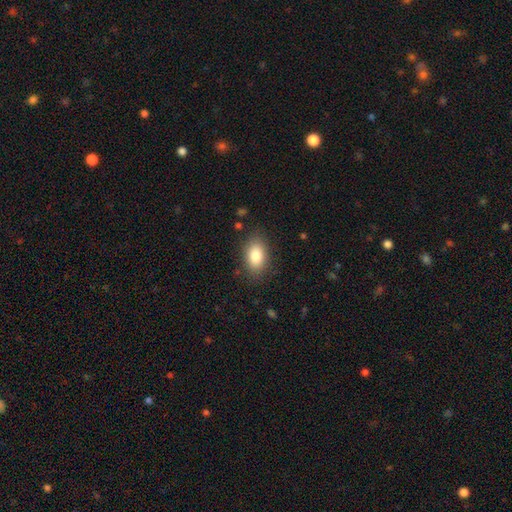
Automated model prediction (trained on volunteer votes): smooth_or_featured: smooth (p=0.83) [alt: featured or disk p=0.09]
how_rounded: in between (p=0.90) [alt: round p=0.08]
merging: none (p=0.84) [alt: minor disturbance p=0.11]